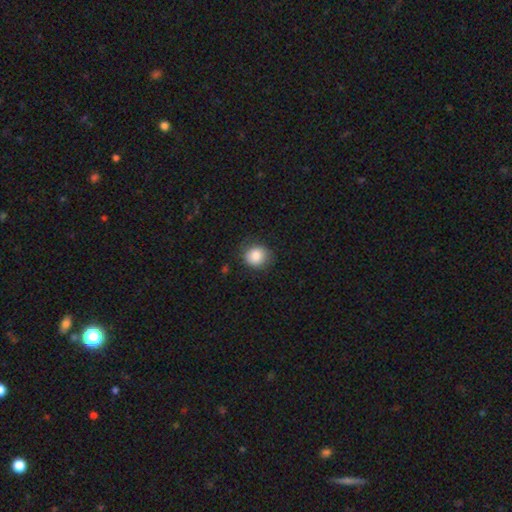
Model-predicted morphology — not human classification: A smooth galaxy with no disk features (85%) that is round (78%).

Vote fractions:
- Smooth or featured? smooth: 85% / star or artifact: 8% / featured or disk: 7%
- How rounded? round: 78% / in between: 21% / cigar-shaped: 1%
- Merging? none: 80% / minor disturbance: 15% / major disturbance: 4% / merger: 1%